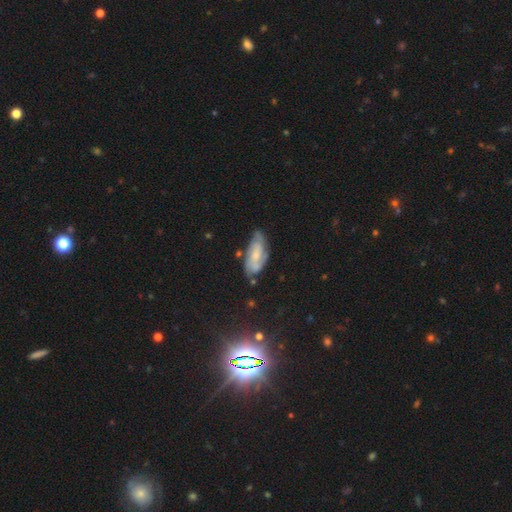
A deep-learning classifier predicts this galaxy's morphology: Smooth or featured? Predicted: featured or disk (p=0.62). Edge-on disk? Predicted: no (p=0.91). Bar? Predicted: no (p=0.57). Spiral arms? Predicted: yes (p=0.86). Bulge size? Predicted: small (p=0.51). Merging? Predicted: none (p=0.62).